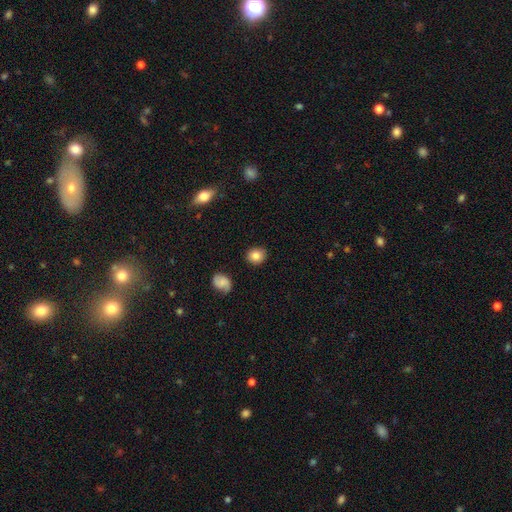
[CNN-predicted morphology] Smooth or featured? smooth (84%)
How rounded? round (79%)
Merging? none (85%)